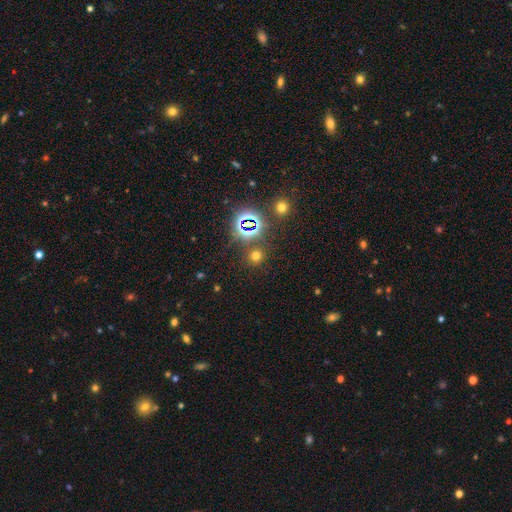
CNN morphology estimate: The model was most divided on "smooth or featured": smooth: 60%, star or artifact: 33%, featured or disk: 7%. More confident: how rounded — round (89%); merging — none (83%).